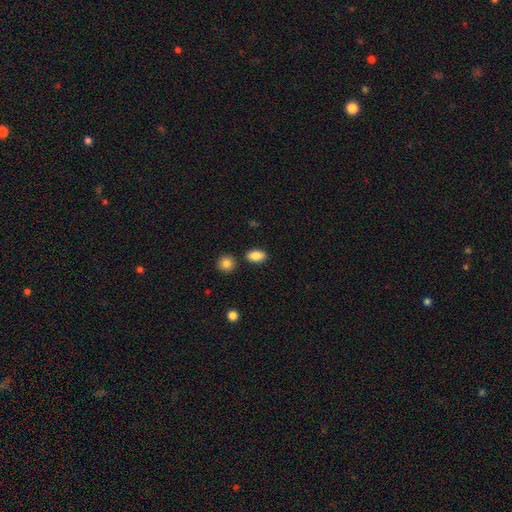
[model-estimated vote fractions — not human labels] A smooth galaxy with no disk features (87%) that is in between round and cigar-shaped (88%). Merging: none (84%).